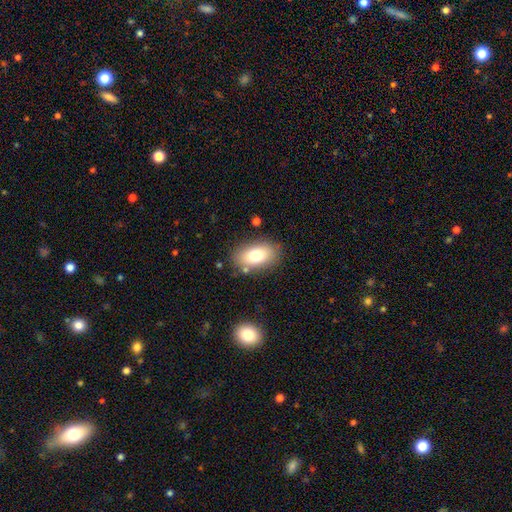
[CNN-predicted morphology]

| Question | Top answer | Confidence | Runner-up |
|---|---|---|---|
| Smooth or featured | smooth | 78% | featured or disk (13%) |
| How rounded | in between | 91% | round (7%) |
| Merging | none | 82% | minor disturbance (11%) |